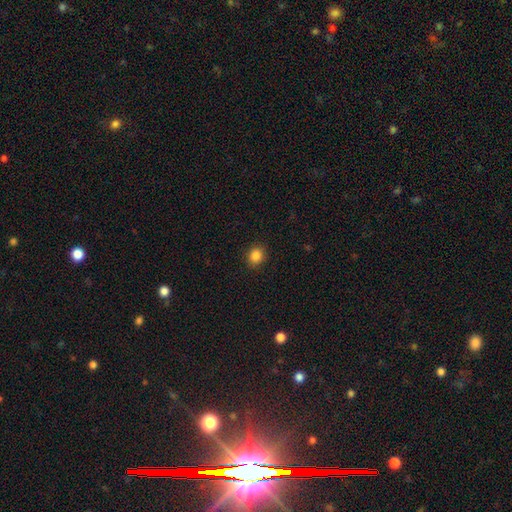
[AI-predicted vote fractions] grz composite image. It shows a smooth galaxy with no disk features (86%) that is round (74%). Merging: none (90%).